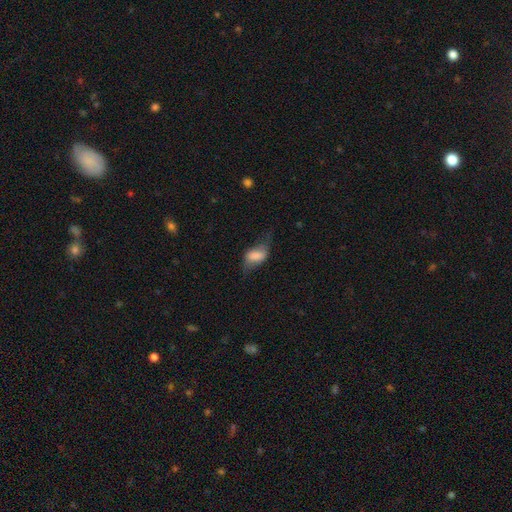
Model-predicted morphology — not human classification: smooth-or-featured: smooth: 60% | featured or disk: 31% | star or artifact: 9%
  how-rounded: in between: 87% | round: 9% | cigar-shaped: 4%
  merging: none: 45% | minor disturbance: 28% | major disturbance: 25% | merger: 2%